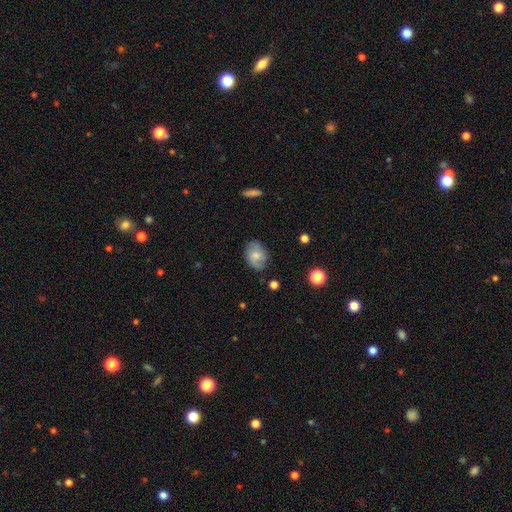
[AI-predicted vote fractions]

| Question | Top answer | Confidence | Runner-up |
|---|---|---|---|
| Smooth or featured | smooth | 62% | featured or disk (30%) |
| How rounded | in between | 73% | round (26%) |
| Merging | none | 74% | minor disturbance (20%) |